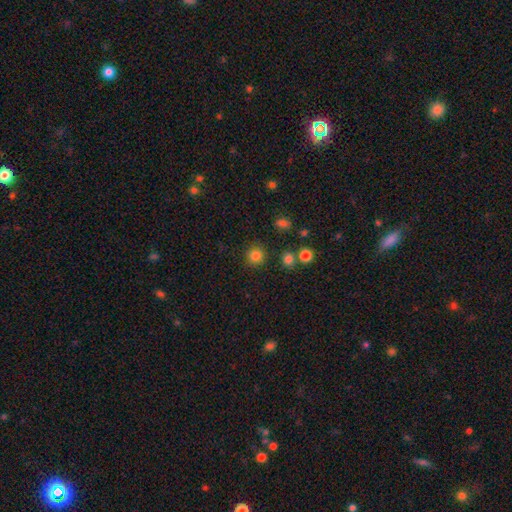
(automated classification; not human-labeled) Smooth or featured?
  - smooth: 82% *
  - star or artifact: 13%
  - featured or disk: 5%
How rounded?
  - round: 92% *
  - in between: 7%
  - cigar-shaped: 1%
Merging?
  - none: 88% *
  - minor disturbance: 7%
  - merger: 3%
  - major disturbance: 2%